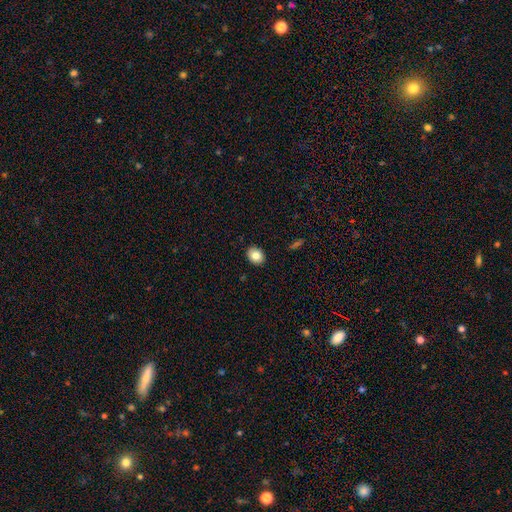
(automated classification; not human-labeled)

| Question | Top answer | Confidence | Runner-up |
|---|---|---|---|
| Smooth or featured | smooth | 83% | featured or disk (9%) |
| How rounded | in between | 55% | round (44%) |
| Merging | none | 90% | minor disturbance (7%) |